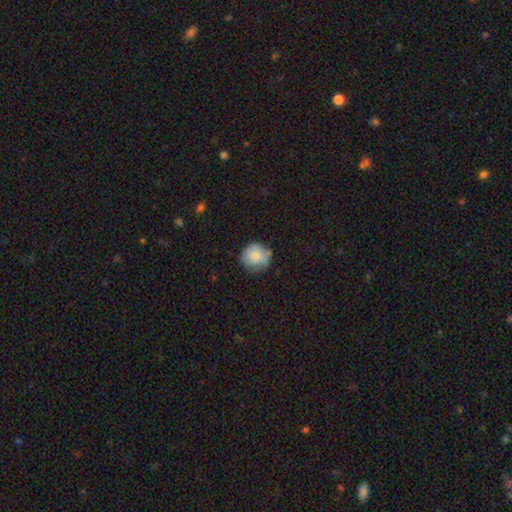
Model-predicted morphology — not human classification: A smooth galaxy with no disk features (77%) that is round (88%). Merging: none (64%).